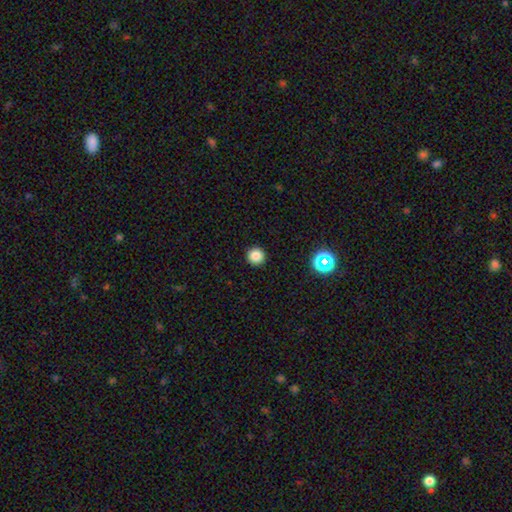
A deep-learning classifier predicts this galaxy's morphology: Smooth or featured? Predicted: smooth (p=0.83). How rounded? Predicted: round (p=0.96). Merging? Predicted: none (p=0.93).